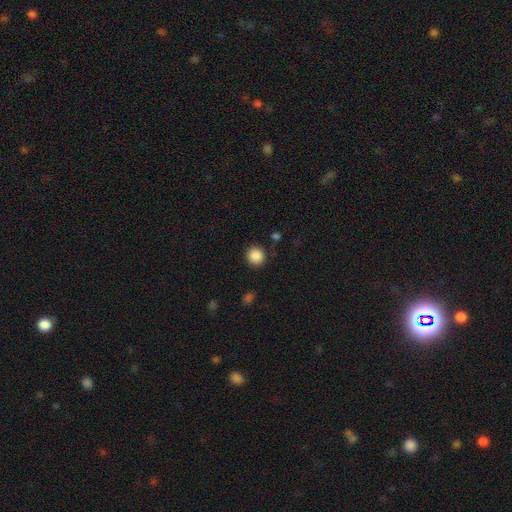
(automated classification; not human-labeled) smooth_or_featured: smooth (p=0.88) [alt: star or artifact p=0.09]
how_rounded: round (p=0.91) [alt: in between p=0.08]
merging: none (p=0.90) [alt: minor disturbance p=0.06]